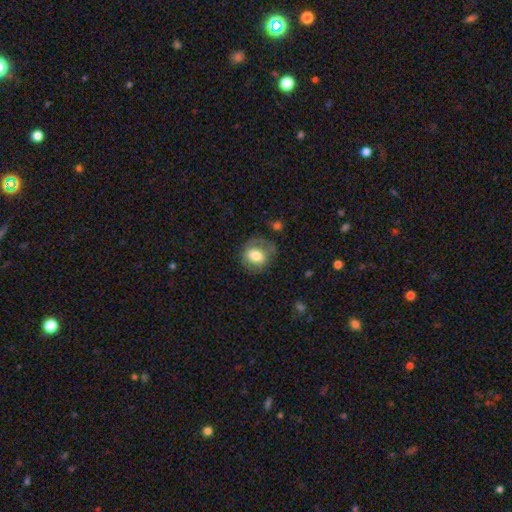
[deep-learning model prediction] smooth_or_featured: smooth (p=0.67) [alt: featured or disk p=0.25]
how_rounded: round (p=0.63) [alt: in between p=0.36]
merging: none (p=0.66) [alt: minor disturbance p=0.20]